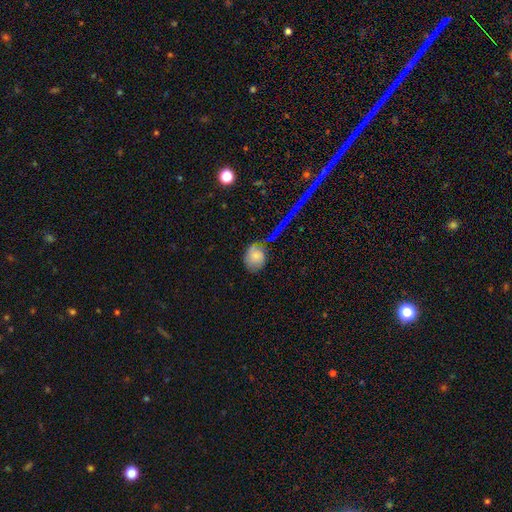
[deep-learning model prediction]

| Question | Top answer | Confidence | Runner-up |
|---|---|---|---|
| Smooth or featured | smooth | 66% | featured or disk (25%) |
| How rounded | round | 56% | in between (42%) |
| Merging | none | 46% | minor disturbance (28%) |